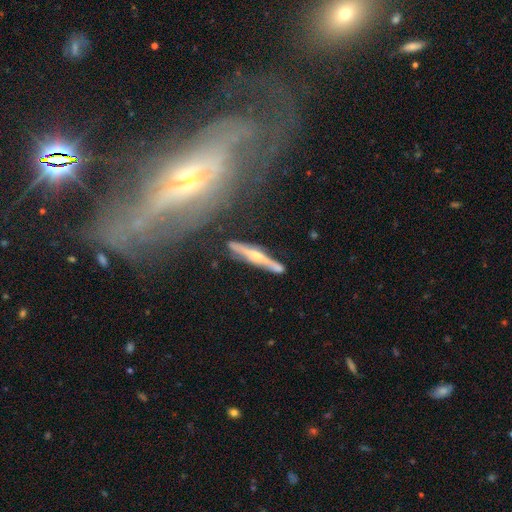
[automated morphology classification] type=featured or disk (74%); edge-on=yes (93%); edge-on bulge=rounded (85%); merging=none (79%).